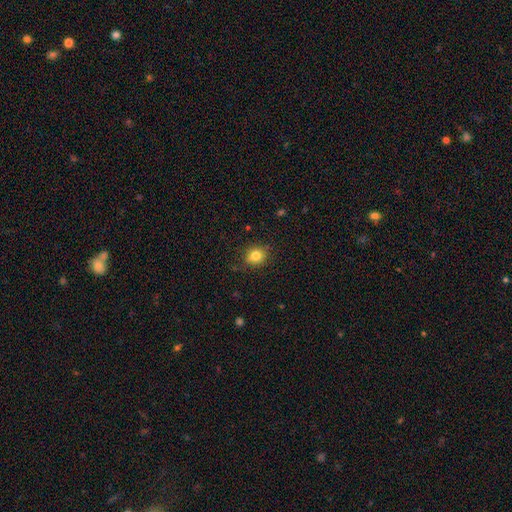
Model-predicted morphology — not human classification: smooth-or-featured: smooth: 82% | star or artifact: 11% | featured or disk: 6%
  how-rounded: round: 73% | in between: 26% | cigar-shaped: 1%
  merging: none: 84% | minor disturbance: 12% | major disturbance: 3% | merger: 1%